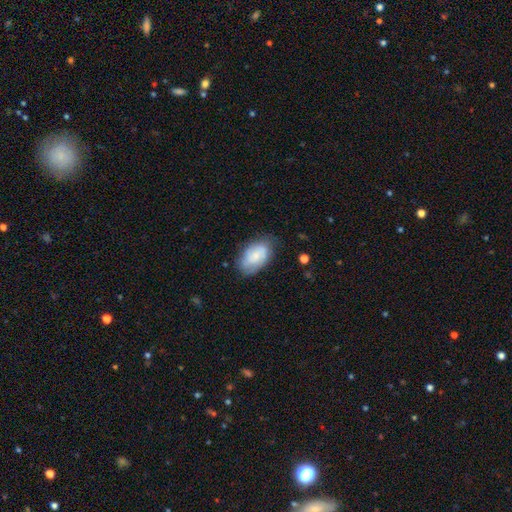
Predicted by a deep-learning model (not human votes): Morphology: type=smooth (59%); roundness=in between (91%); merging=none (66%).